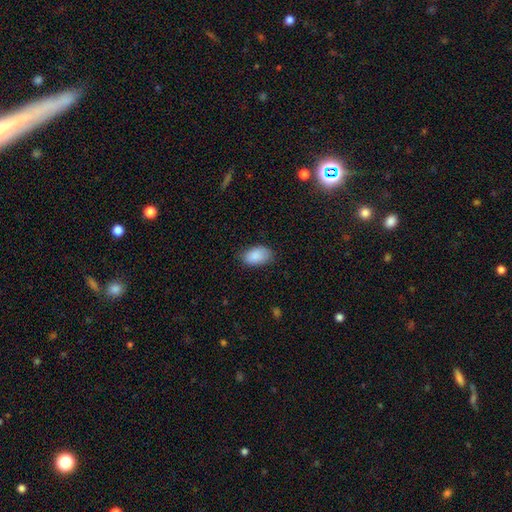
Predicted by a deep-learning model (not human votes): smooth_or_featured: smooth (p=0.89) [alt: star or artifact p=0.07]
how_rounded: in between (p=0.93) [alt: round p=0.06]
merging: none (p=0.76) [alt: minor disturbance p=0.19]